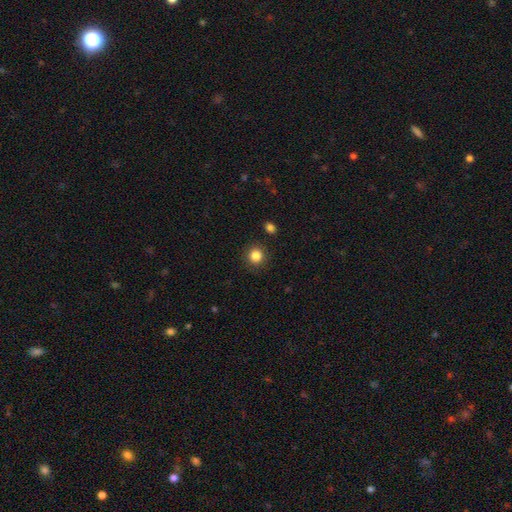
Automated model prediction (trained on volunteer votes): Smooth or featured? Predicted: smooth (p=0.84). How rounded? Predicted: round (p=0.92). Merging? Predicted: none (p=0.90).